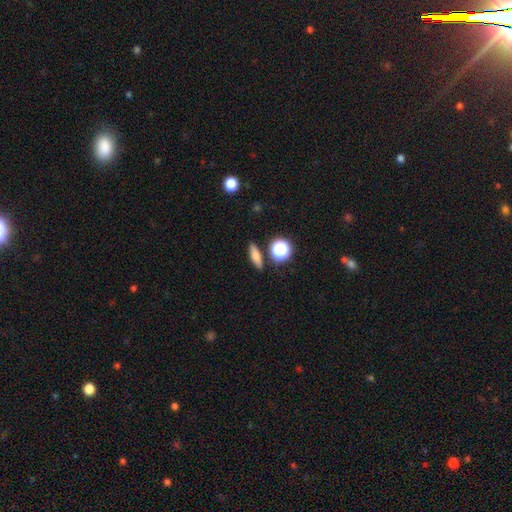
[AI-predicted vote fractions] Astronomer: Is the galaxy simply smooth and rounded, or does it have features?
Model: smooth — 73%.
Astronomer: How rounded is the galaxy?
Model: cigar-shaped — 49% (runner-up: in between, 35%).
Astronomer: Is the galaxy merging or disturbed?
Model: none — 84%.